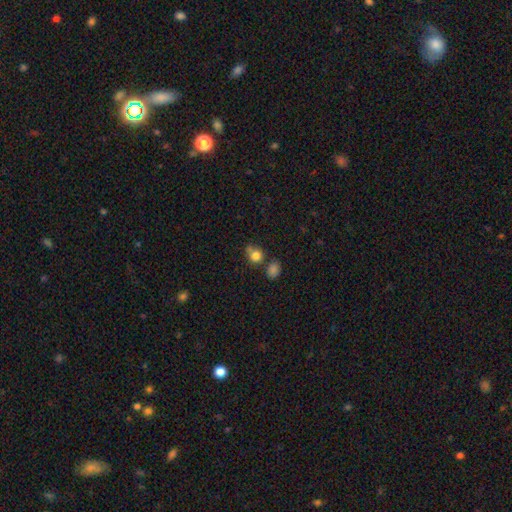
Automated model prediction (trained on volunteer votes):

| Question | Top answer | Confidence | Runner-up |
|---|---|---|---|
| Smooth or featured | smooth | 80% | star or artifact (12%) |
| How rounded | round | 77% | in between (22%) |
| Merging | none | 55% | merger (20%) |